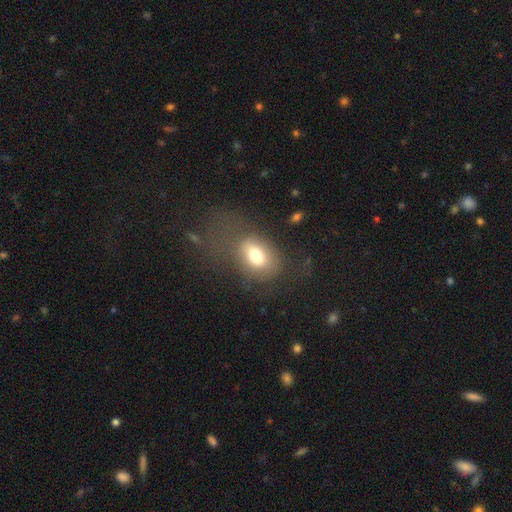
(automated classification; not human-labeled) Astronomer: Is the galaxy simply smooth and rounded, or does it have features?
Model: smooth — 72%.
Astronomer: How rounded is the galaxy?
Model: in between — 81%.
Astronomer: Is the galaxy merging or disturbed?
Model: none — 43% (runner-up: major disturbance, 33%).